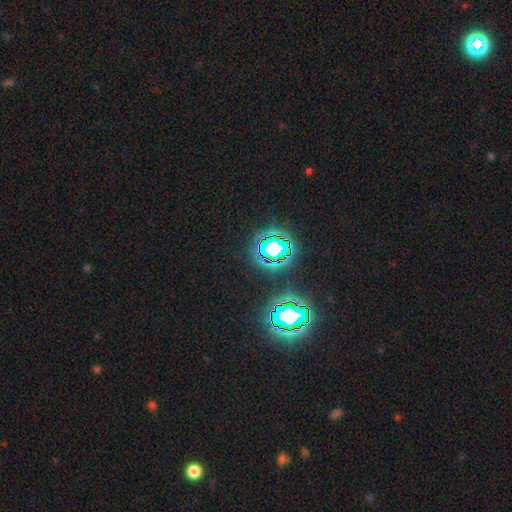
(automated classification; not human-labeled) A star or artifact, not a galaxy (81%).